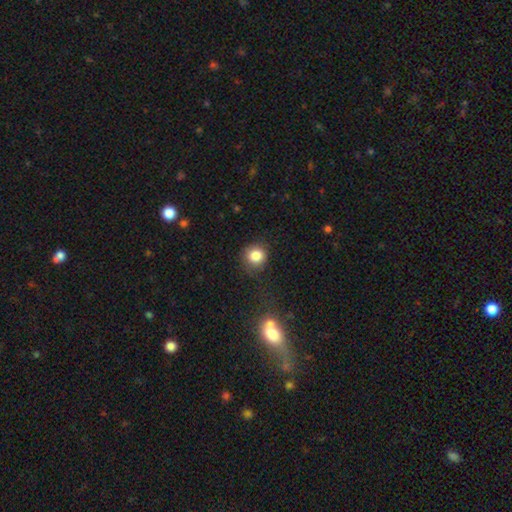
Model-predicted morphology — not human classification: This appears to be a smooth galaxy with no disk features (83%) that is round (88%). Merging: none (81%).